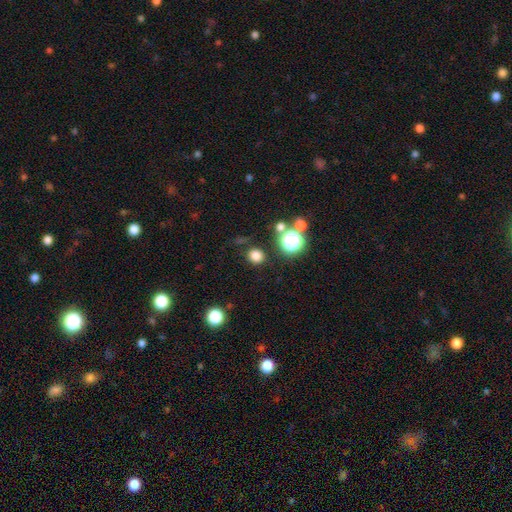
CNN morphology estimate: smooth 77%, star or artifact 18%, featured or disk 5%. Down the decision tree: how rounded — round (85%); merging — none (84%).